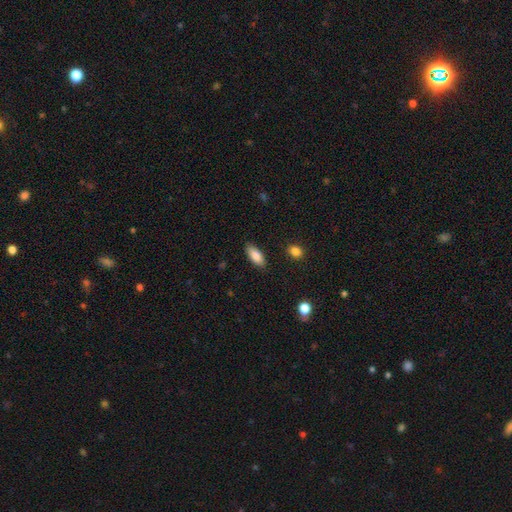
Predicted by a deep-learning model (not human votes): Smooth or featured?
  - smooth: 84% *
  - featured or disk: 10%
  - star or artifact: 7%
How rounded?
  - in between: 82% *
  - cigar-shaped: 16%
  - round: 2%
Merging?
  - none: 87% *
  - minor disturbance: 10%
  - major disturbance: 2%
  - merger: 1%